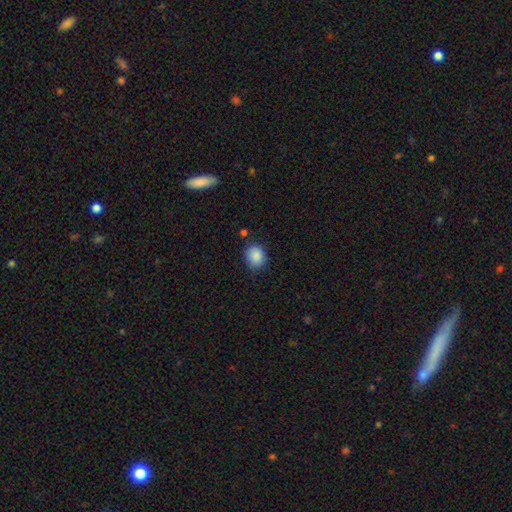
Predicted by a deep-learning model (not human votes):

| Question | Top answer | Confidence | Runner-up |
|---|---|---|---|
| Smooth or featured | smooth | 88% | star or artifact (8%) |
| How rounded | round | 69% | in between (30%) |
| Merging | none | 79% | minor disturbance (16%) |